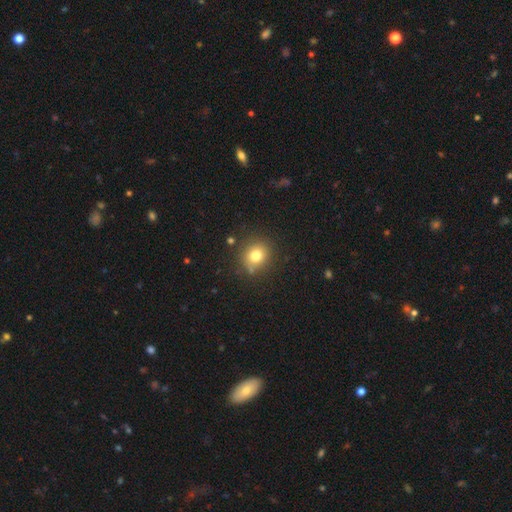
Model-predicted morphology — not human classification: smooth_or_featured: smooth (p=0.77) [alt: star or artifact p=0.13]
how_rounded: round (p=0.85) [alt: in between p=0.15]
merging: none (p=0.80) [alt: minor disturbance p=0.13]